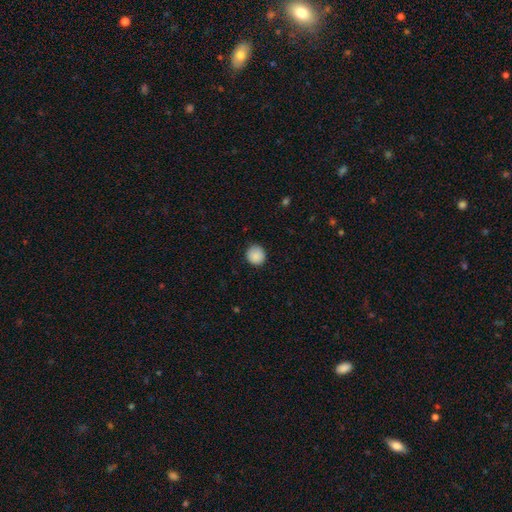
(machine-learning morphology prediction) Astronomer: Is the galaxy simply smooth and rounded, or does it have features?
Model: smooth — 89%.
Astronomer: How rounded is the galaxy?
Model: round — 92%.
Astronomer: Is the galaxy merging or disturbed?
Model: none — 88%.